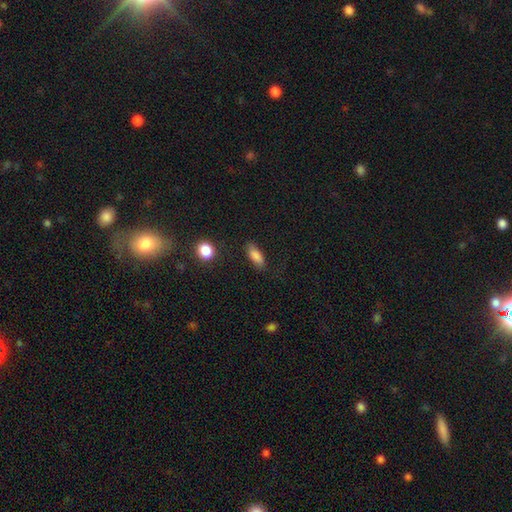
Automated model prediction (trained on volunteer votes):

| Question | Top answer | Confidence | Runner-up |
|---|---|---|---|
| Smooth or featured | smooth | 85% | star or artifact (8%) |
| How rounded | in between | 77% | cigar-shaped (19%) |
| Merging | none | 78% | minor disturbance (15%) |